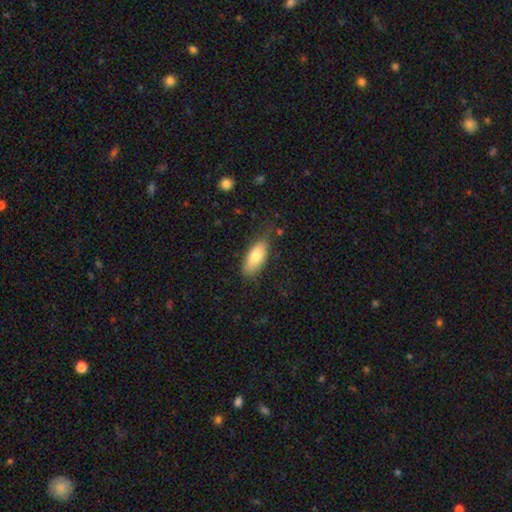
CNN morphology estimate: This is likely a smooth galaxy (78%). How rounded: clearly in between (84%). Merging: likely none (73%).